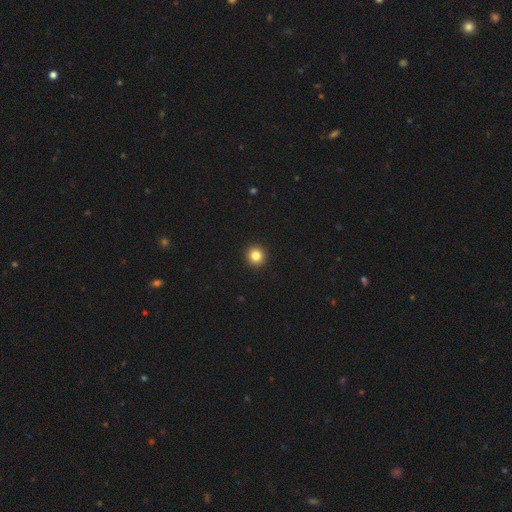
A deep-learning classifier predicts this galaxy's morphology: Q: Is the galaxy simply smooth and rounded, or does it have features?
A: smooth — 84%.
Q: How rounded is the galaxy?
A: round — 95%.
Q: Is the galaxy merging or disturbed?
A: none — 94%.